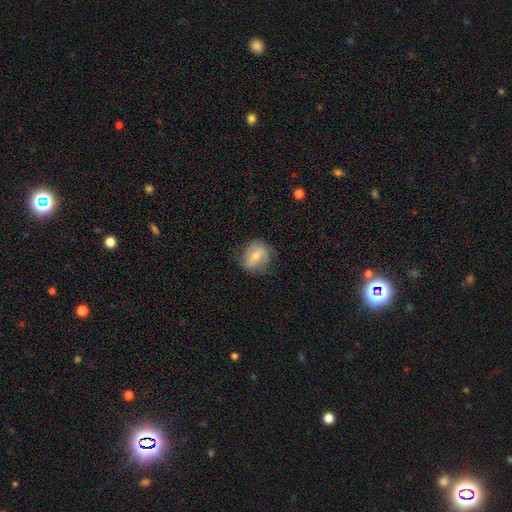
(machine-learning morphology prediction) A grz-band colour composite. It shows a featured or disk galaxy (59%) with a weak bar (44%), spiral arms (83%) and a moderate central bulge (53%). Merging: none (66%).